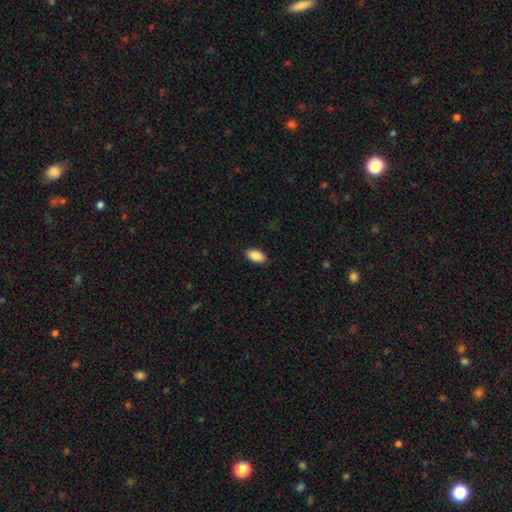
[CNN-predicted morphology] smooth_or_featured: smooth (p=0.90) [alt: star or artifact p=0.07]
how_rounded: in between (p=0.94) [alt: round p=0.03]
merging: none (p=0.89) [alt: minor disturbance p=0.08]